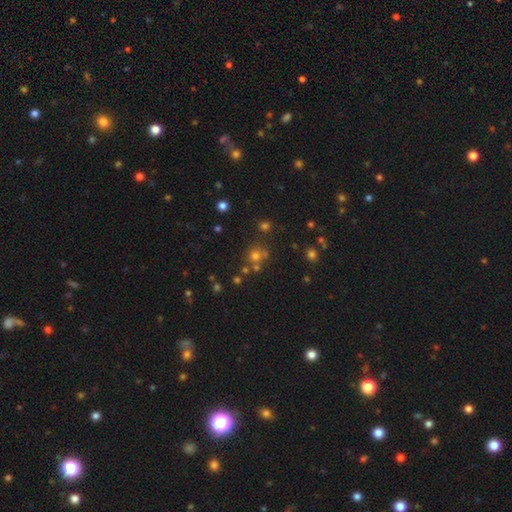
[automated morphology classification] Smooth or featured?
  - smooth: 64% *
  - star or artifact: 25%
  - featured or disk: 11%
How rounded?
  - round: 86% *
  - in between: 13%
  - cigar-shaped: 1%
Merging?
  - none: 63% *
  - merger: 21%
  - minor disturbance: 11%
  - major disturbance: 5%